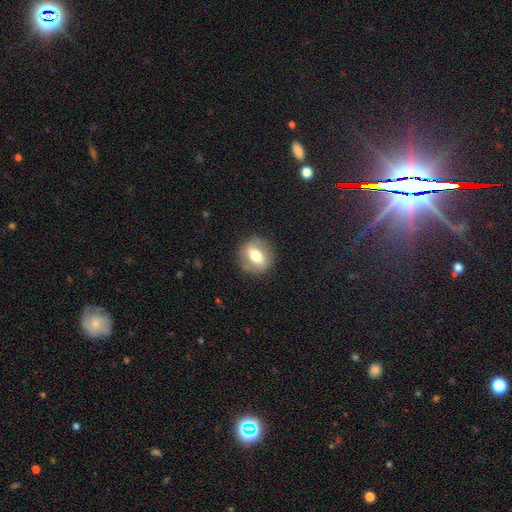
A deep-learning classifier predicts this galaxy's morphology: A smooth galaxy with no disk features (60%) that is round (59%).

Vote fractions:
- Smooth or featured? smooth: 60% / featured or disk: 31% / star or artifact: 8%
- How rounded? round: 59% / in between: 39% / cigar-shaped: 2%
- Merging? none: 83% / minor disturbance: 11% / major disturbance: 4% / merger: 1%